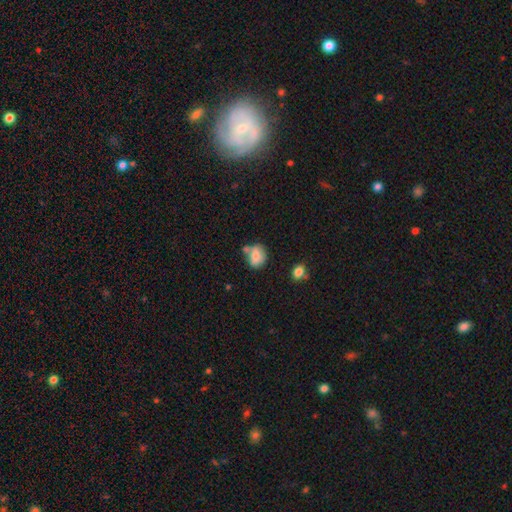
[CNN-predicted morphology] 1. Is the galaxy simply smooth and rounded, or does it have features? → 75% smooth, 16% featured or disk, 9% star or artifact.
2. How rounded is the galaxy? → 55% in between, 44% round, 1% cigar-shaped.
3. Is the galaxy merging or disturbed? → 46% none, 23% merger, 23% minor disturbance, 8% major disturbance.